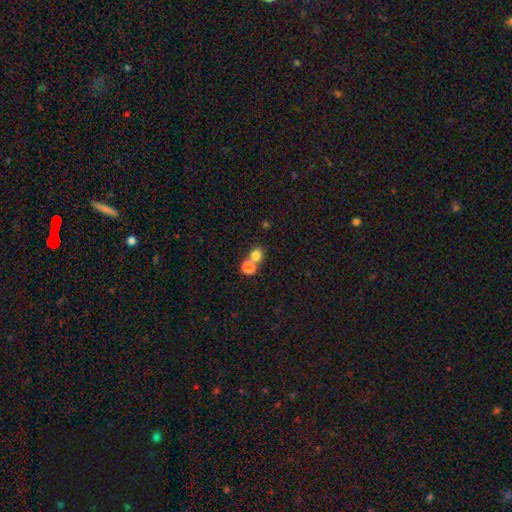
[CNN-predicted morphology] This appears to be a smooth galaxy with no disk features (79%) that is round (83%). Merging: none (52%).